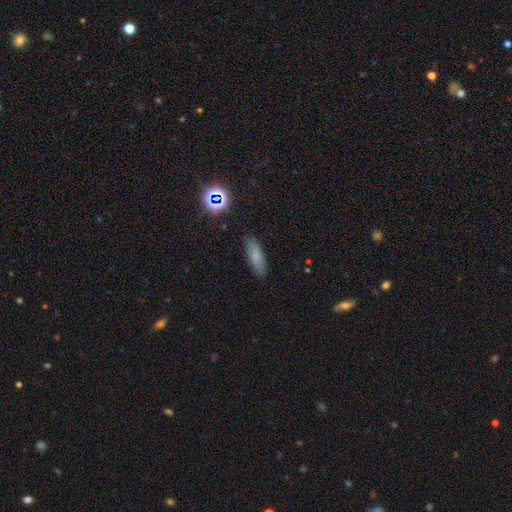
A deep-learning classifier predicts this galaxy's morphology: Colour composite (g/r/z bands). It shows a smooth galaxy with no disk features (75%) that is in between round and cigar-shaped (53%). Merging: none (84%).